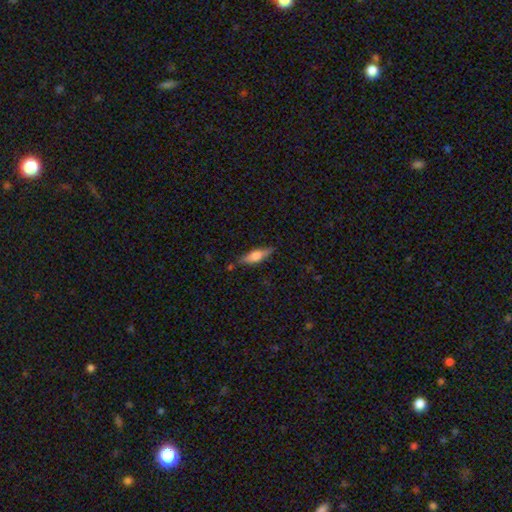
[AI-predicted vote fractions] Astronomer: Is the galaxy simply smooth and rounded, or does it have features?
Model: smooth — 48% (runner-up: featured or disk, 45%).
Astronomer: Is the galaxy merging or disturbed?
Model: none — 81%.